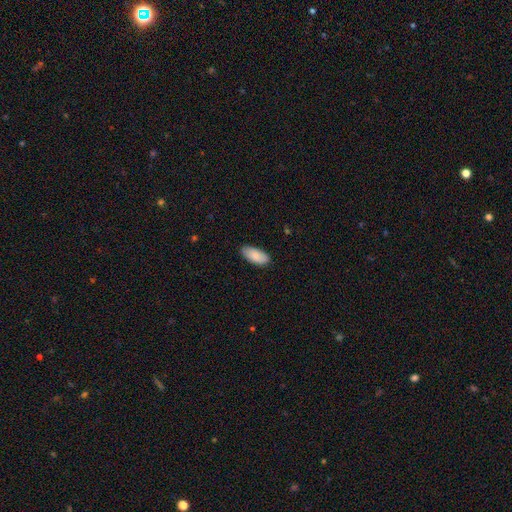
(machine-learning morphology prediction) Q: Smooth or featured?
A: smooth (87%); runner-up: featured or disk (7%)
Q: How rounded?
A: in between (91%); runner-up: cigar-shaped (7%)
Q: Merging?
A: none (85%); runner-up: minor disturbance (12%)